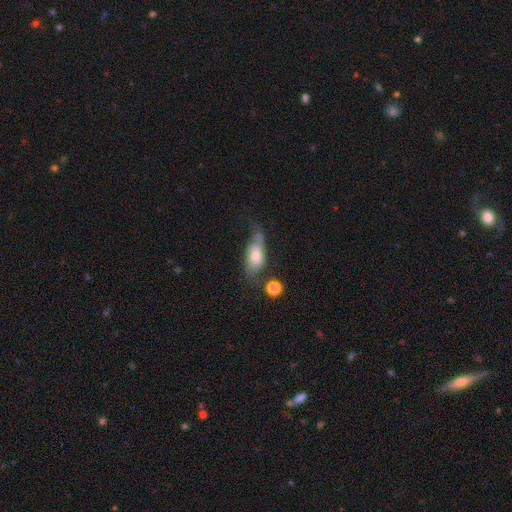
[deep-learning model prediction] Smooth or featured? smooth (48%)
Merging? none (39%)